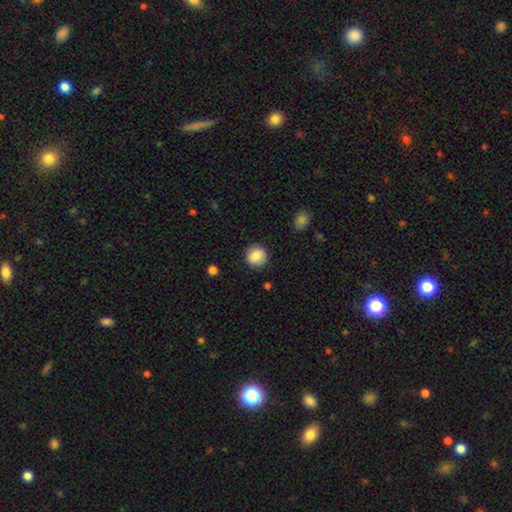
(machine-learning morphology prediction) Smooth or featured? Predicted: smooth (p=0.84). How rounded? Predicted: round (p=0.90). Merging? Predicted: none (p=0.88).